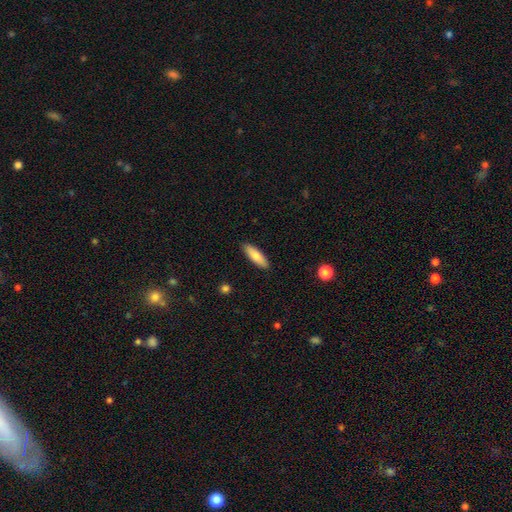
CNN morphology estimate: Smooth or featured? smooth (78%)
How rounded? cigar-shaped (52%)
Merging? none (90%)